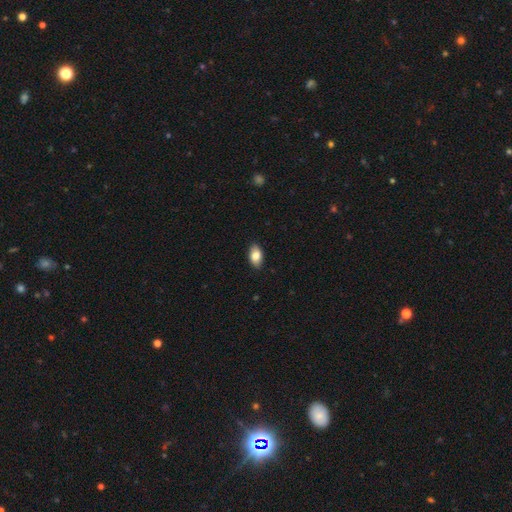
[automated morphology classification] type=smooth (83%); roundness=in between (92%); merging=none (88%).